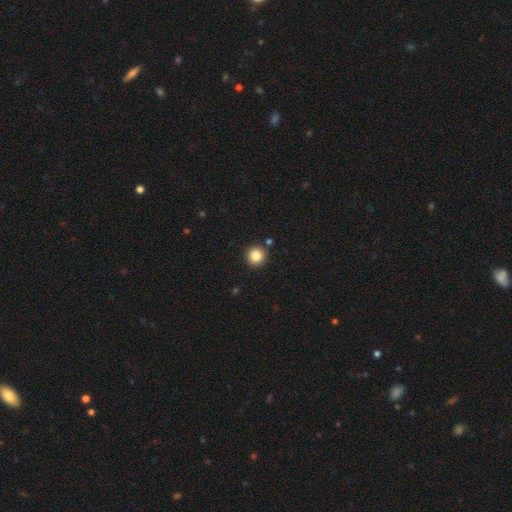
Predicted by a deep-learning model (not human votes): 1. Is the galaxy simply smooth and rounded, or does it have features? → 85% smooth, 10% star or artifact, 5% featured or disk.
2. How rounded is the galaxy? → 95% round, 4% in between, 1% cigar-shaped.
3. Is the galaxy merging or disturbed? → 89% none, 6% minor disturbance, 3% merger, 2% major disturbance.